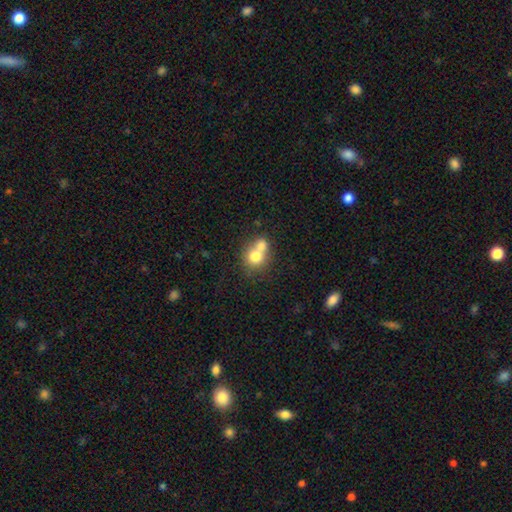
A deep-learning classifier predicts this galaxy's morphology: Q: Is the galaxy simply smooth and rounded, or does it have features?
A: smooth — 72%.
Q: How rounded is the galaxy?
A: round — 75%.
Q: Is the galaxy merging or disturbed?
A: merger — 63%.